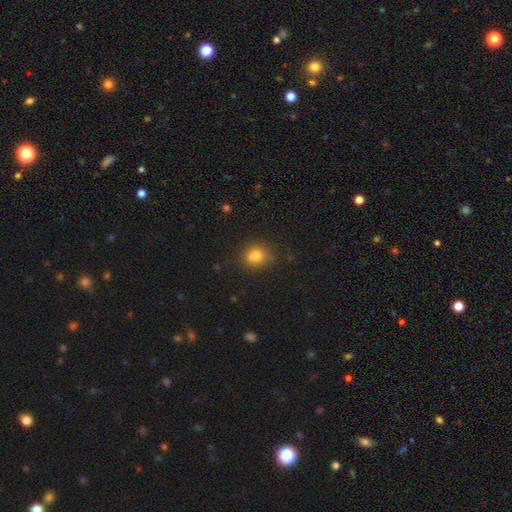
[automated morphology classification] Overall: smooth (77%). How rounded: round (72%). Merging: none (59%).